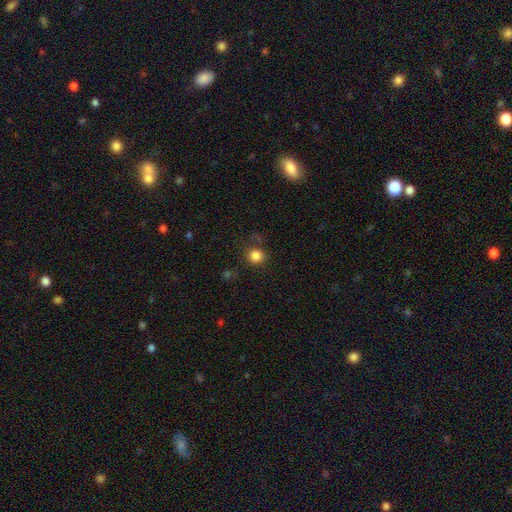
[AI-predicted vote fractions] smooth-or-featured: smooth: 83% | star or artifact: 12% | featured or disk: 4%
  how-rounded: round: 89% | in between: 10% | cigar-shaped: 1%
  merging: none: 81% | minor disturbance: 12% | major disturbance: 5% | merger: 2%